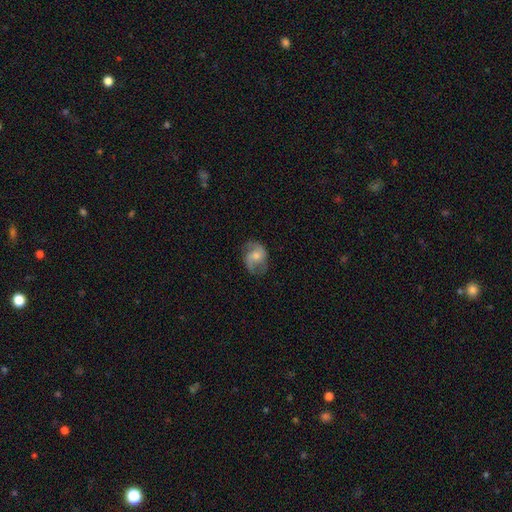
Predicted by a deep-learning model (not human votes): featured or disk 60%, smooth 32%, star or artifact 7%. Down the decision tree: edge-on disk — no (97%); bar — no (59%); spiral arms — yes (87%); spiral arm count — 2 (81%); spiral winding — medium (46%); bulge size — moderate (49%); merging — none (64%).